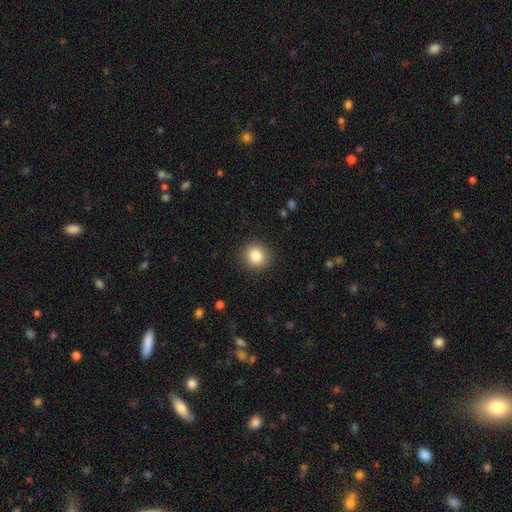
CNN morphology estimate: This is clearly a smooth galaxy (84%). How rounded: clearly round (89%). Merging: clearly none (90%).